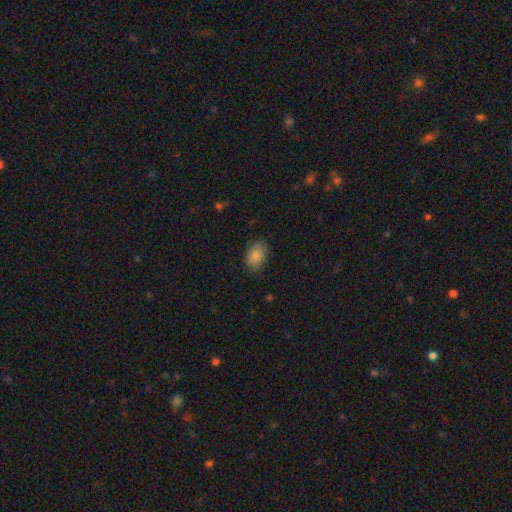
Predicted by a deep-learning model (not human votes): A smooth galaxy with no disk features (86%) that is in between round and cigar-shaped (84%). Merging: none (79%).